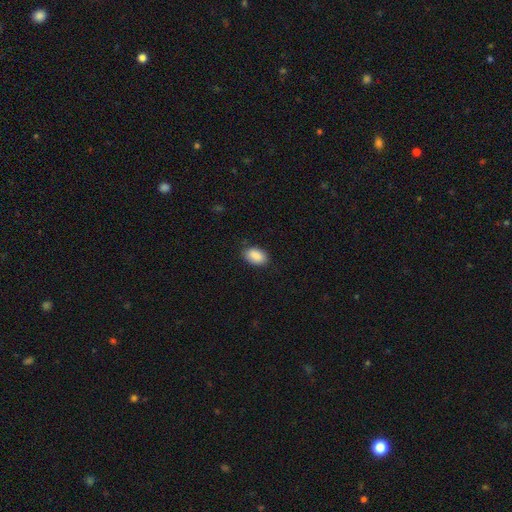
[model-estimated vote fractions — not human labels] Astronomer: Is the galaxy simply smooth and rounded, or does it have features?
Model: smooth — 89%.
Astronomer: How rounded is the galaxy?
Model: in between — 91%.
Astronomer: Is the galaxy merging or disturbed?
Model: none — 84%.